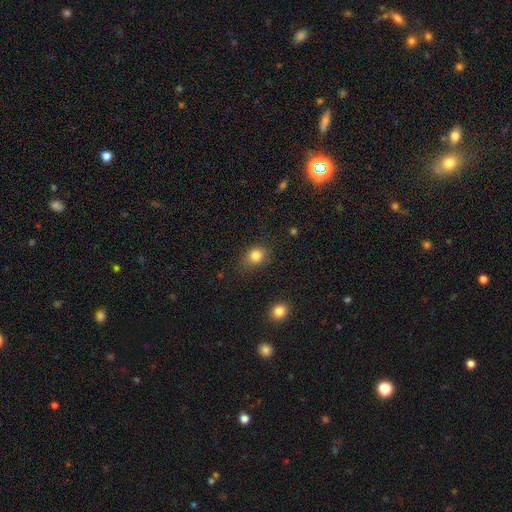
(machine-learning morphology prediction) smooth_or_featured: smooth (p=0.83) [alt: star or artifact p=0.11]
how_rounded: round (p=0.60) [alt: in between p=0.39]
merging: none (p=0.76) [alt: minor disturbance p=0.18]